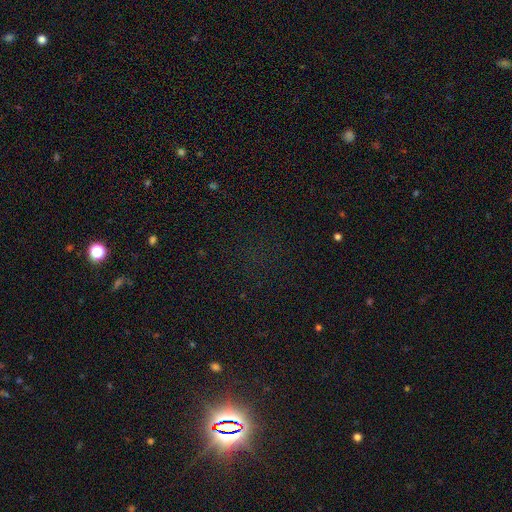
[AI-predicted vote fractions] smooth_or_featured: star or artifact (p=0.74) [alt: smooth p=0.17]